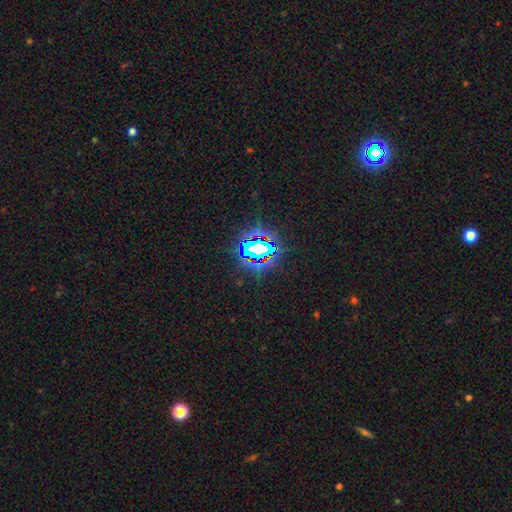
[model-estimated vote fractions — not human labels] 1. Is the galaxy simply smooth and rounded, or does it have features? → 76% star or artifact, 14% smooth, 11% featured or disk.